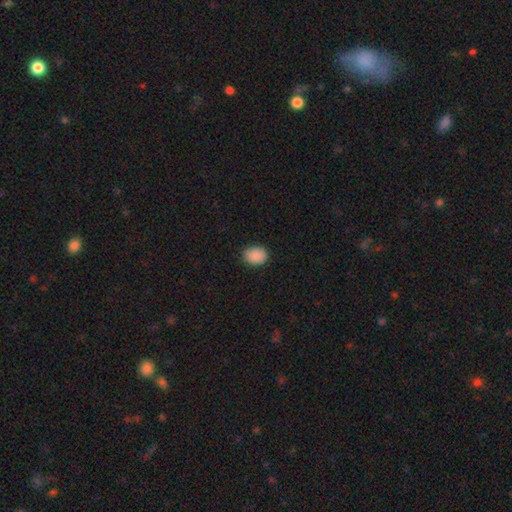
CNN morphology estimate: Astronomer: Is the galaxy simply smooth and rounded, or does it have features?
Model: smooth — 90%.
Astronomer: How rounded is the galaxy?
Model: in between — 64%.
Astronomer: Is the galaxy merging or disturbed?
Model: none — 87%.